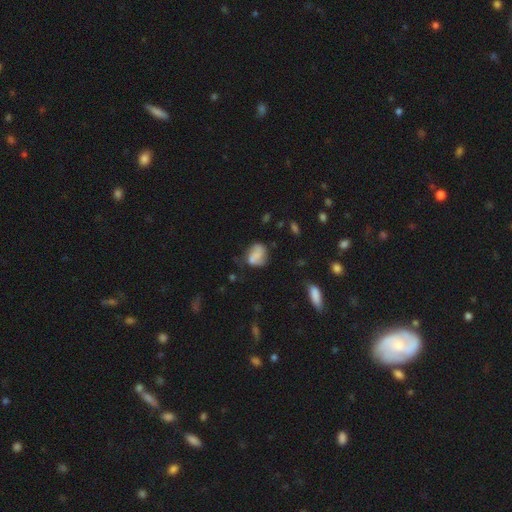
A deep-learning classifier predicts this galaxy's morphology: Smooth or featured? Predicted: smooth (p=0.58). How rounded? Predicted: in between (p=0.57). Merging? Predicted: none (p=0.44).